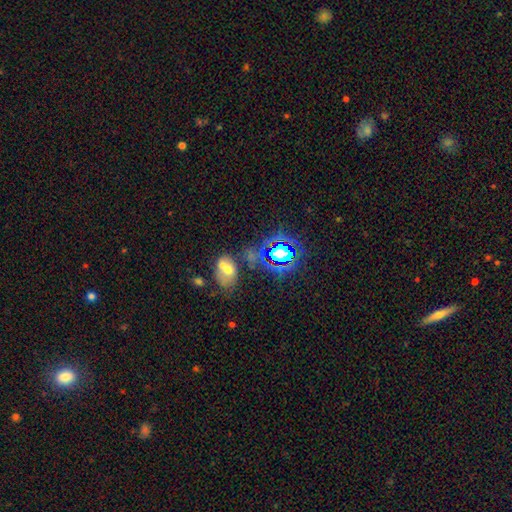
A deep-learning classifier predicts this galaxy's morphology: smooth_or_featured: star or artifact (p=0.57) [alt: smooth p=0.23]